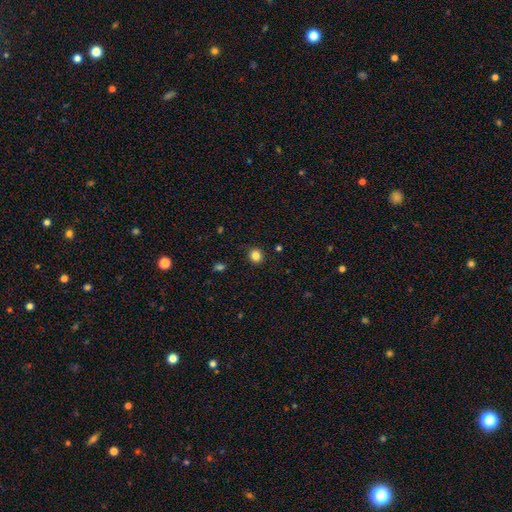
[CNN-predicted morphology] Smooth or featured? Predicted: smooth (p=0.84). How rounded? Predicted: round (p=0.90). Merging? Predicted: none (p=0.91).